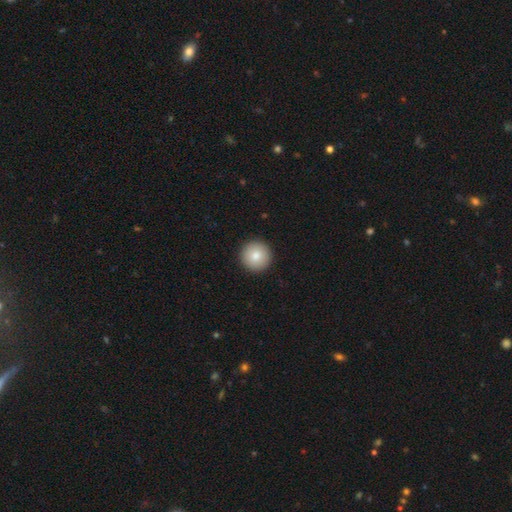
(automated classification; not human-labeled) Overall: smooth (84%). How rounded: round (96%). Merging: none (93%).